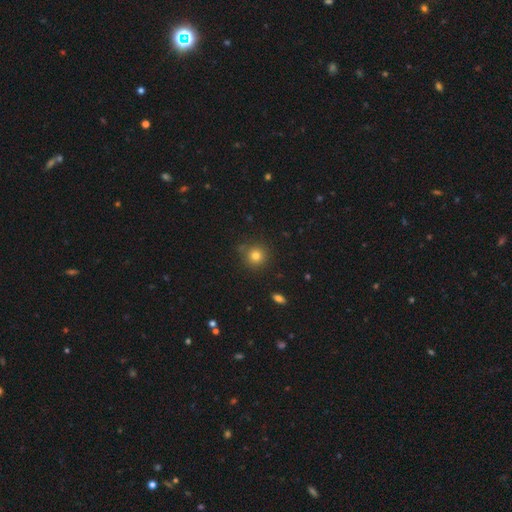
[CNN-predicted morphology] smooth-or-featured: smooth: 79% | star or artifact: 13% | featured or disk: 8%
  how-rounded: round: 92% | in between: 7% | cigar-shaped: 1%
  merging: none: 83% | minor disturbance: 10% | merger: 3% | major disturbance: 3%